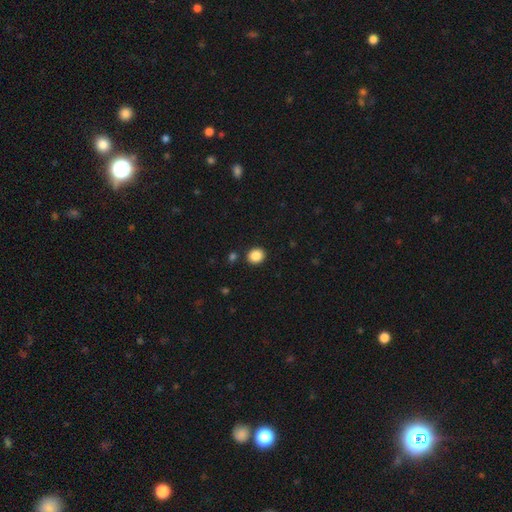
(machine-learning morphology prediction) Q: Smooth or featured?
A: smooth (87%); runner-up: star or artifact (10%)
Q: How rounded?
A: round (74%); runner-up: in between (26%)
Q: Merging?
A: none (89%); runner-up: minor disturbance (6%)